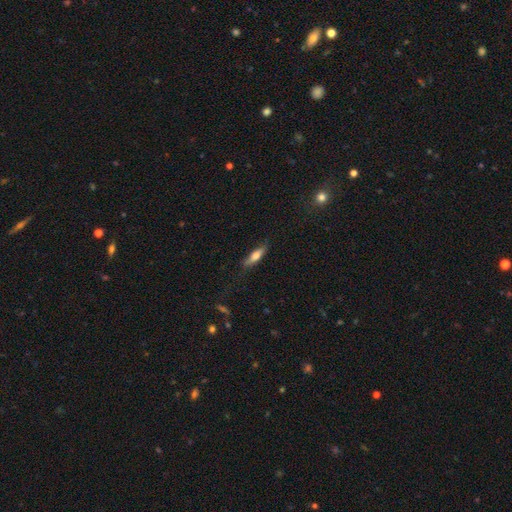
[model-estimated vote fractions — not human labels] Q: Smooth or featured?
A: smooth (60%); runner-up: featured or disk (34%)
Q: How rounded?
A: cigar-shaped (71%); runner-up: in between (27%)
Q: Merging?
A: none (78%); runner-up: minor disturbance (16%)